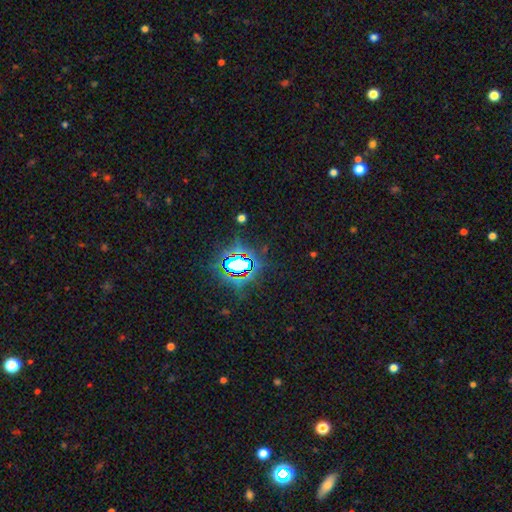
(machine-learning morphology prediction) This is clearly a star or artifact rather than a galaxy (83%).